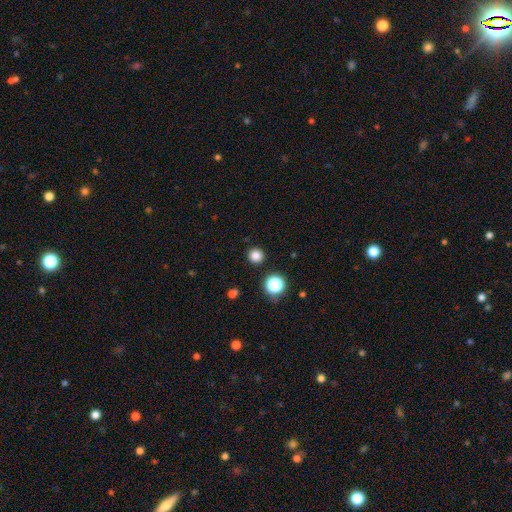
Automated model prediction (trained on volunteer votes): Smooth or featured: smooth — 82% (star or artifact — 14%)
How rounded: round — 95% (in between — 4%)
Merging: none — 91% (minor disturbance — 5%)